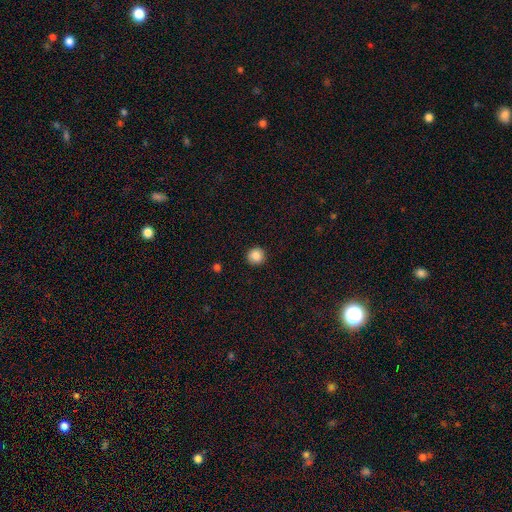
This is clearly a smooth galaxy (92%). How rounded: clearly round (91%). Merging: clearly none (83%).